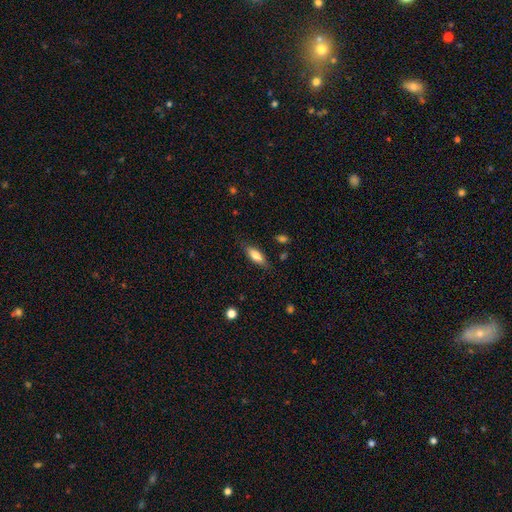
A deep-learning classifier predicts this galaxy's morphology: type=smooth (79%); roundness=in between (66%); merging=none (81%).